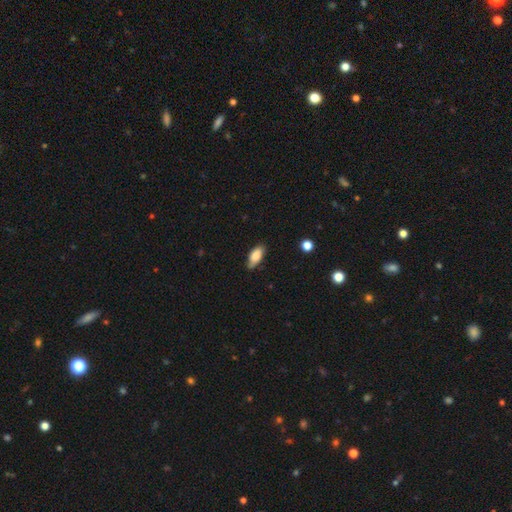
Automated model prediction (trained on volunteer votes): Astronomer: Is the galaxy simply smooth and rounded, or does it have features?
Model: smooth — 83%.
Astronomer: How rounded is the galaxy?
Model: in between — 89%.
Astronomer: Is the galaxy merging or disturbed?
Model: none — 71%.